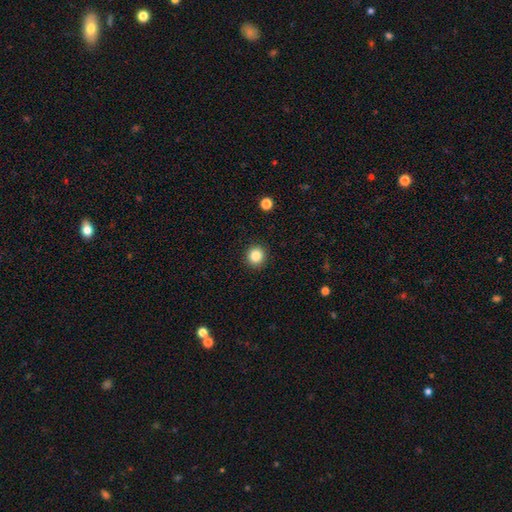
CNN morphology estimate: Smooth or featured? smooth (85%)
How rounded? round (91%)
Merging? none (92%)